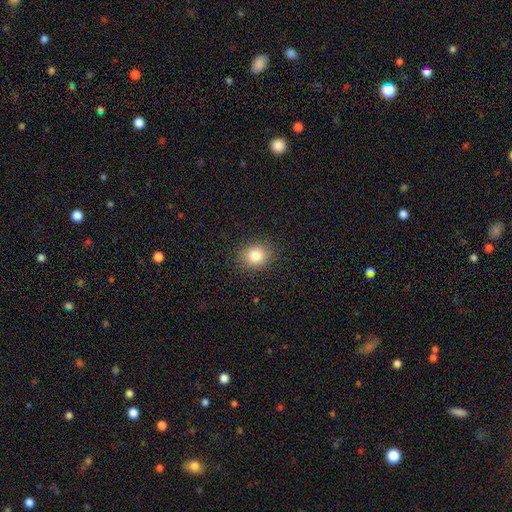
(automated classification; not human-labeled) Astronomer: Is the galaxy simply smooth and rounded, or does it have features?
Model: smooth — 83%.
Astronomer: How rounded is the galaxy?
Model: round — 62%.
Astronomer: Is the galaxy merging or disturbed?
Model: none — 88%.